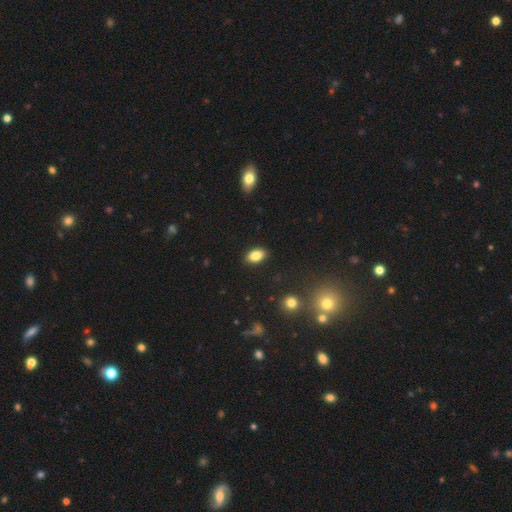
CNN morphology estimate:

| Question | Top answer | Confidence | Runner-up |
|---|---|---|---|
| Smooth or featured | smooth | 84% | star or artifact (9%) |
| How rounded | in between | 89% | round (9%) |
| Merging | none | 88% | minor disturbance (8%) |